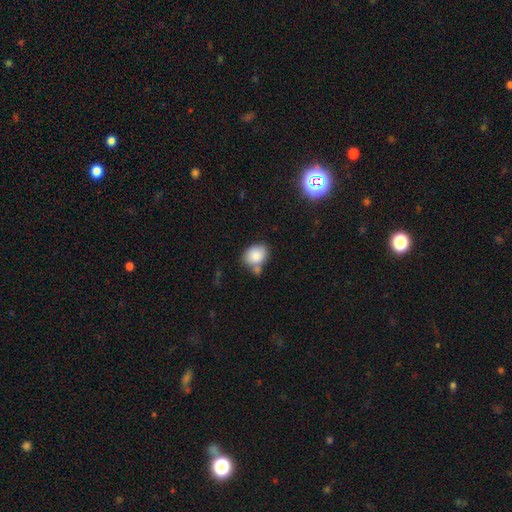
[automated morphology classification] smooth_or_featured: smooth (p=0.85) [alt: star or artifact p=0.08]
how_rounded: in between (p=0.58) [alt: round p=0.41]
merging: none (p=0.55) [alt: merger p=0.22]